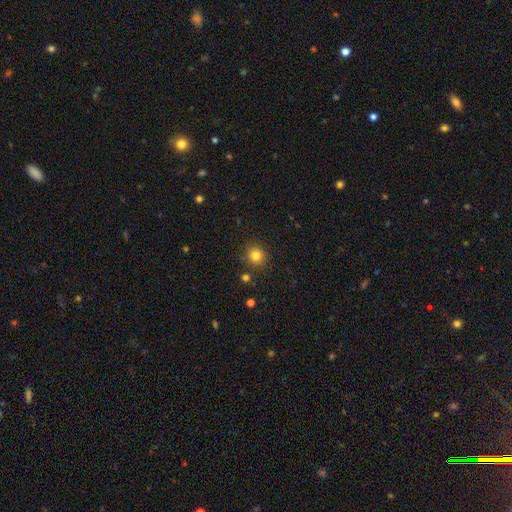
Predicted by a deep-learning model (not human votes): Overall: smooth (82%). How rounded: round (91%). Merging: none (87%).